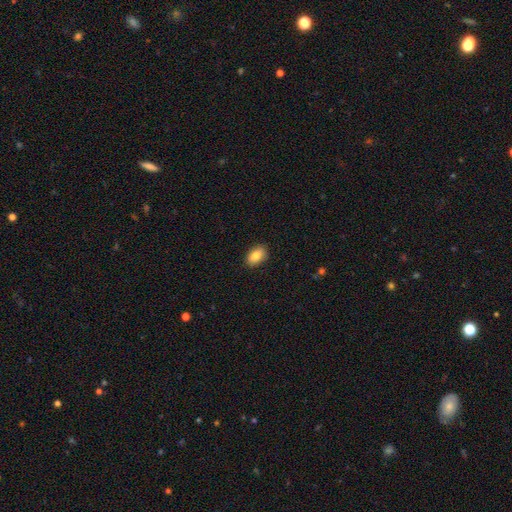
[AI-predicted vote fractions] This appears to be a smooth galaxy with no disk features (86%) that is in between round and cigar-shaped (90%). Merging: none (88%).